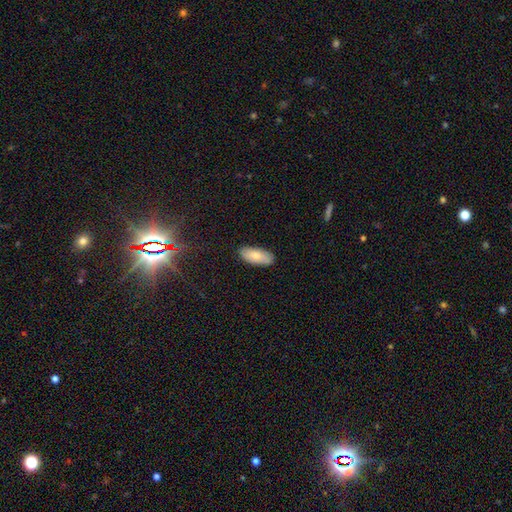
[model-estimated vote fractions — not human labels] This is likely a smooth galaxy (76%). How rounded: clearly in between (85%). Merging: clearly none (86%).